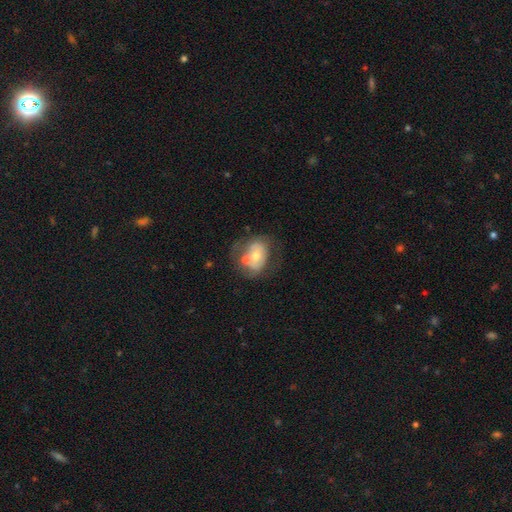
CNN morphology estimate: Smooth or featured? Predicted: featured or disk (p=0.51). Edge-on disk? Predicted: no (p=0.96). Merging? Predicted: none (p=0.43).